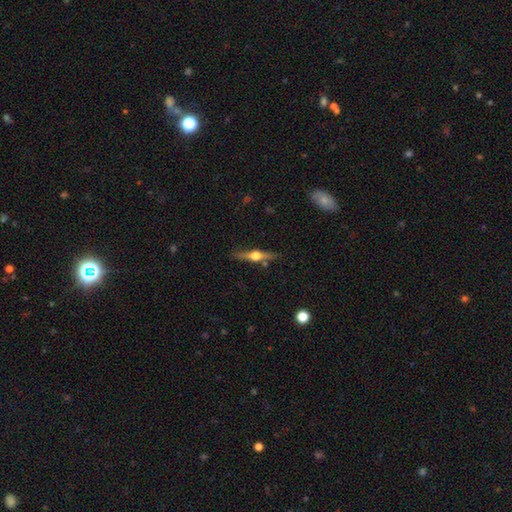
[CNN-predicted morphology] Overall: featured or disk (75%). Edge-on disk: yes (97%). Edge-on bulge: rounded (96%). Merging: none (85%).